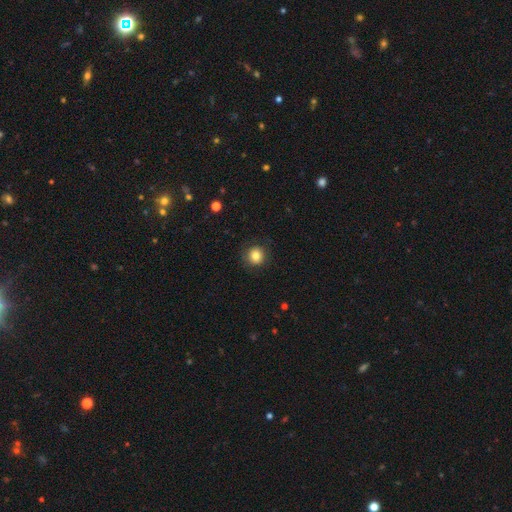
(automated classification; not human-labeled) The model was most divided on "smooth or featured": smooth: 81%, star or artifact: 11%, featured or disk: 8%. More confident: how rounded — round (91%); merging — none (84%).